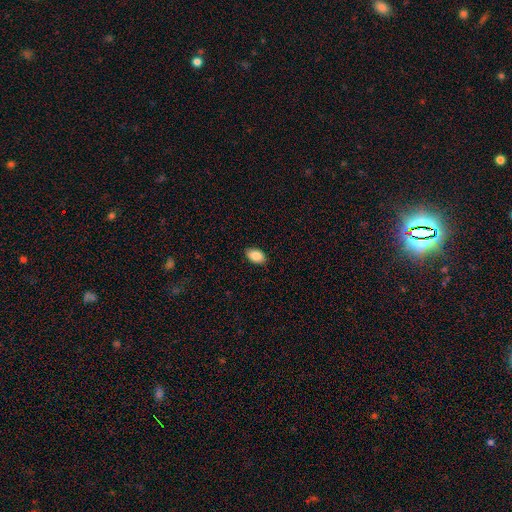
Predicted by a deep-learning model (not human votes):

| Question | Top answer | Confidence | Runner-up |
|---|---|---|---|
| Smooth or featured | smooth | 87% | star or artifact (7%) |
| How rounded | in between | 91% | round (8%) |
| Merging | none | 88% | minor disturbance (10%) |